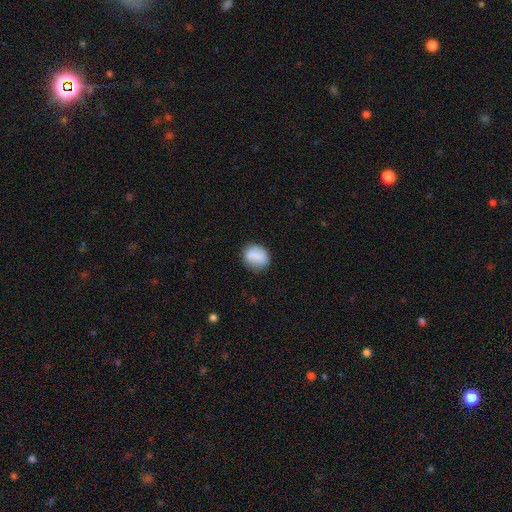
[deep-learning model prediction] This is clearly a smooth galaxy (83%). How rounded: possibly round (59%). Merging: likely none (74%).